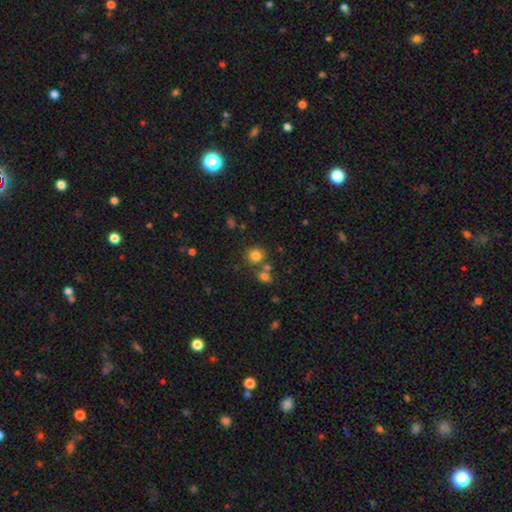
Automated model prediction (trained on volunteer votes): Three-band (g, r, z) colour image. It shows a smooth galaxy with no disk features (80%) that is round (87%). Merging: none (70%).